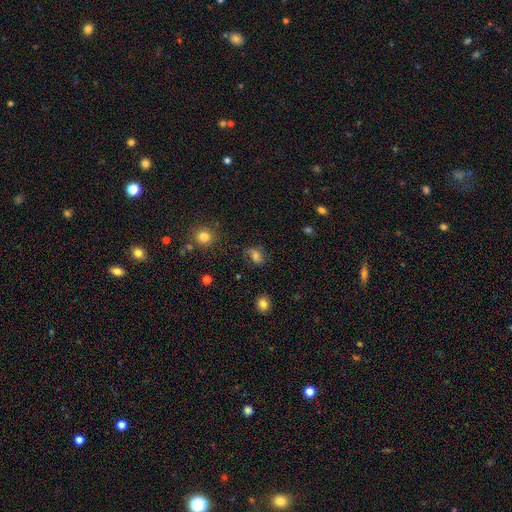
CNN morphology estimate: Smooth or featured?
  - smooth: 61% *
  - featured or disk: 21%
  - star or artifact: 18%
How rounded?
  - in between: 68% *
  - round: 29%
  - cigar-shaped: 2%
Merging?
  - none: 64% *
  - minor disturbance: 22%
  - major disturbance: 12%
  - merger: 3%